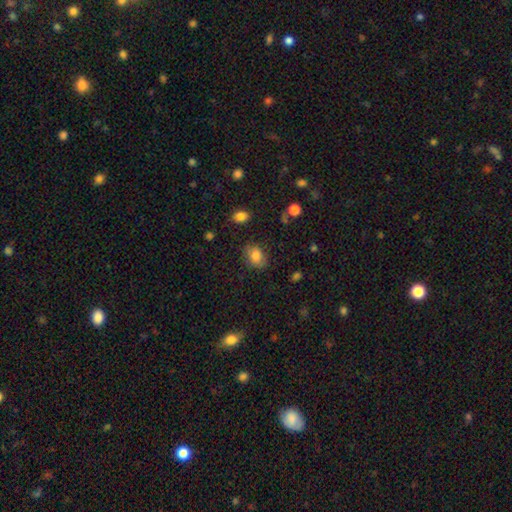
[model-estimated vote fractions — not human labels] This is likely a smooth galaxy (80%). How rounded: likely in between (62%). Merging: likely none (75%).